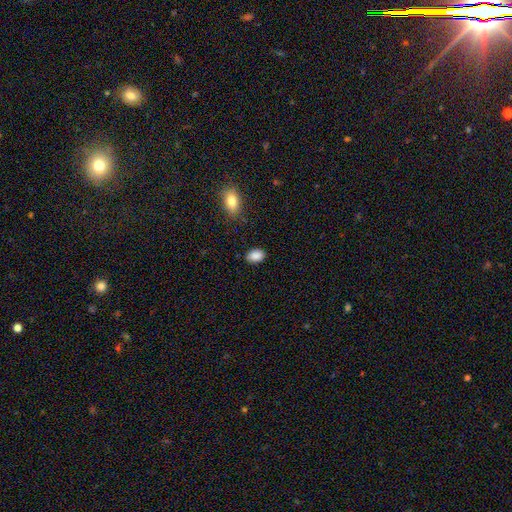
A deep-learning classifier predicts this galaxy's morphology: smooth 89%, star or artifact 8%, featured or disk 3%. Down the decision tree: how rounded — in between (84%); merging — none (86%).